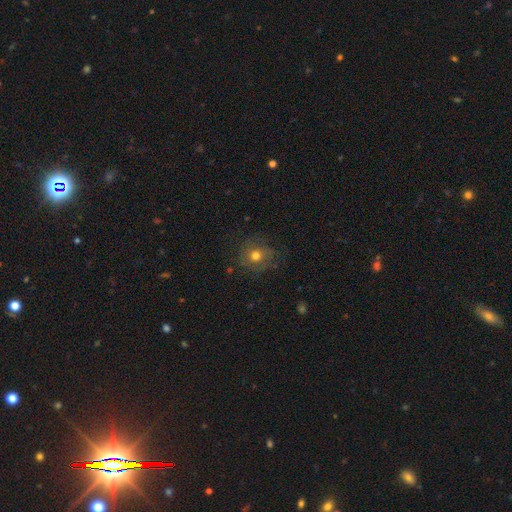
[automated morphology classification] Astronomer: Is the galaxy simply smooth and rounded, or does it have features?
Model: smooth — 63%.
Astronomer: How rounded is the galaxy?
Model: round — 86%.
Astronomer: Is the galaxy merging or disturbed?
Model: none — 75%.